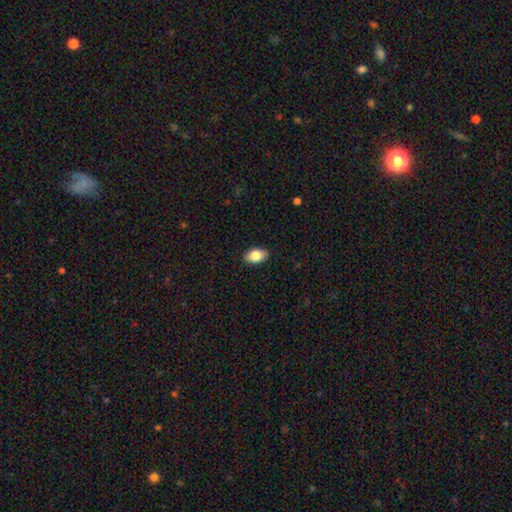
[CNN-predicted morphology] This is clearly a smooth galaxy (83%). How rounded: clearly in between (90%). Merging: clearly none (88%).